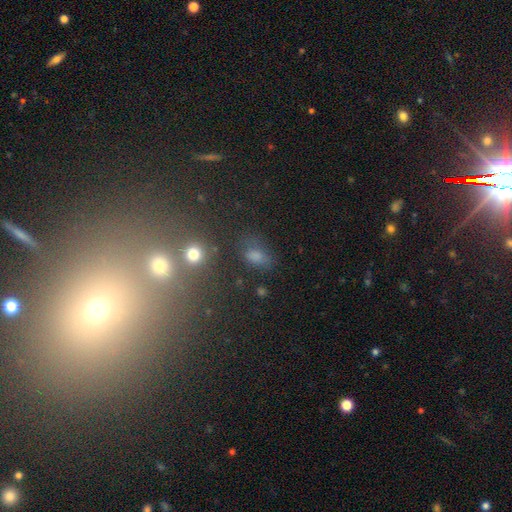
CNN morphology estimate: A smooth galaxy with no disk features (69%) that is in between round and cigar-shaped (81%).

Vote fractions:
- Smooth or featured? smooth: 69% / star or artifact: 21% / featured or disk: 10%
- How rounded? in between: 81% / round: 15% / cigar-shaped: 4%
- Merging? none: 58% / minor disturbance: 22% / major disturbance: 13% / merger: 7%